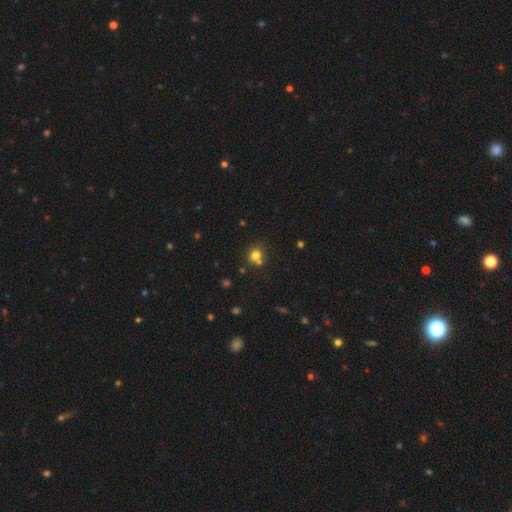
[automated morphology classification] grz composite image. It shows a smooth galaxy with no disk features (76%) that is round (82%). Merging: none (60%).